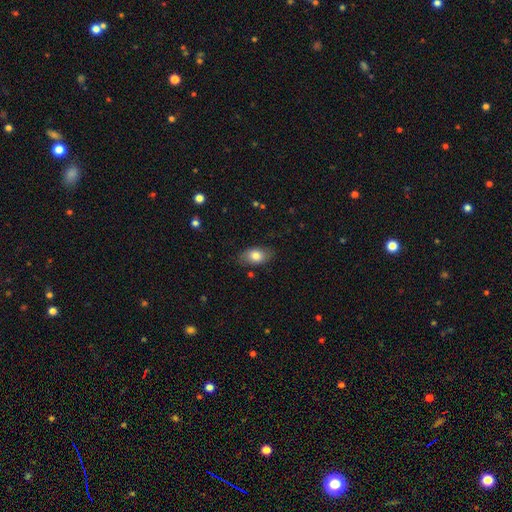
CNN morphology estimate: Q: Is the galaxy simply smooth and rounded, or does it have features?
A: smooth — 79%.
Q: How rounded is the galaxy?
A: in between — 90%.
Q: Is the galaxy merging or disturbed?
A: none — 80%.